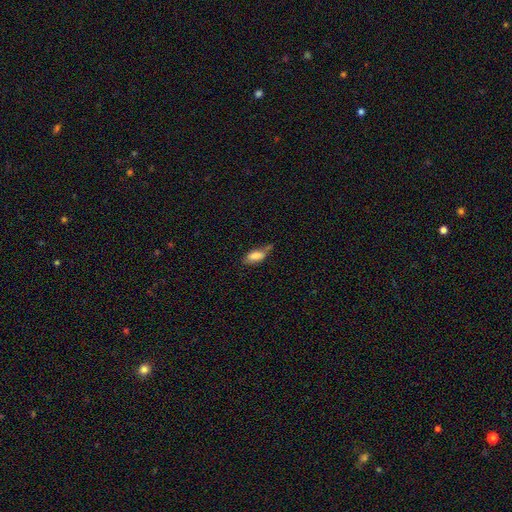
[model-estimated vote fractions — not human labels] smooth 79%, featured or disk 13%, star or artifact 8%. Down the decision tree: how rounded — in between (82%); merging — none (40%).